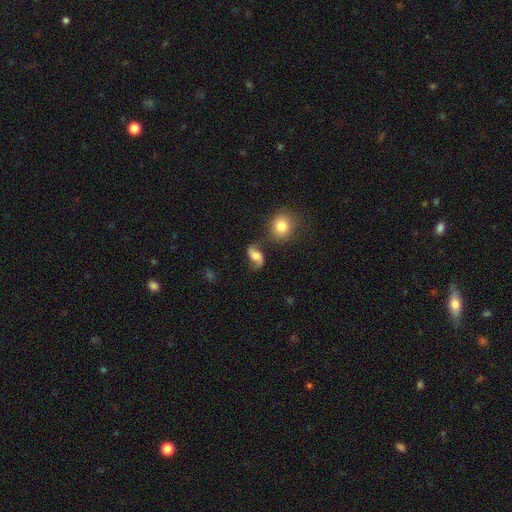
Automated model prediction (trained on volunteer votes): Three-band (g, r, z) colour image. It shows a featured or disk galaxy (59%) with no bar (51%), 2 (92%) loose (71%) spiral arms (91%) and a moderate central bulge (41%). Merging: none (63%).